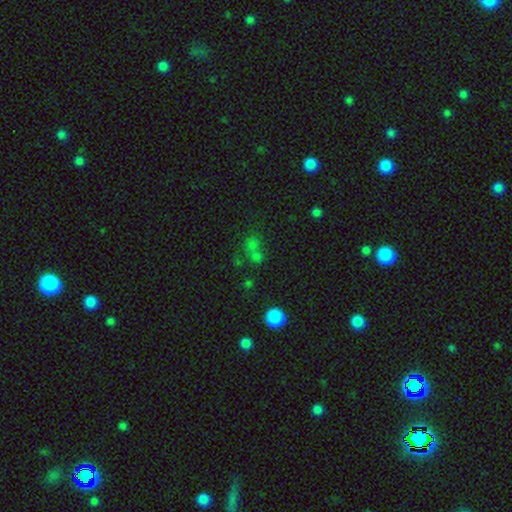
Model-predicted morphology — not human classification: Smooth or featured: smooth — 60% (star or artifact — 28%)
How rounded: round — 69% (in between — 29%)
Merging: none — 42% (merger — 41%)